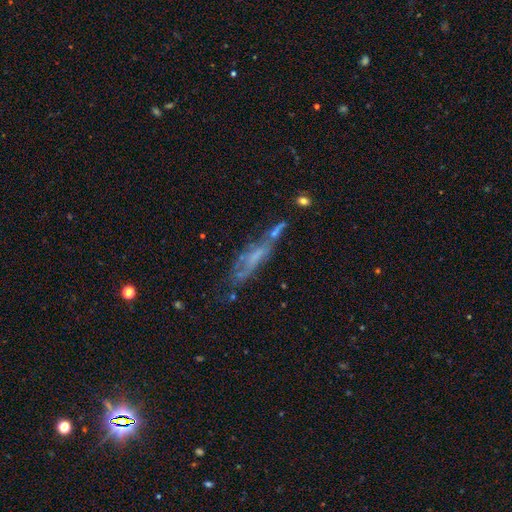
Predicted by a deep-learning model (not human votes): Overall: featured or disk (55%; smooth 29%). Edge-on disk: yes (54%; no 46%). Merging: none (49%; minor disturbance 21%).